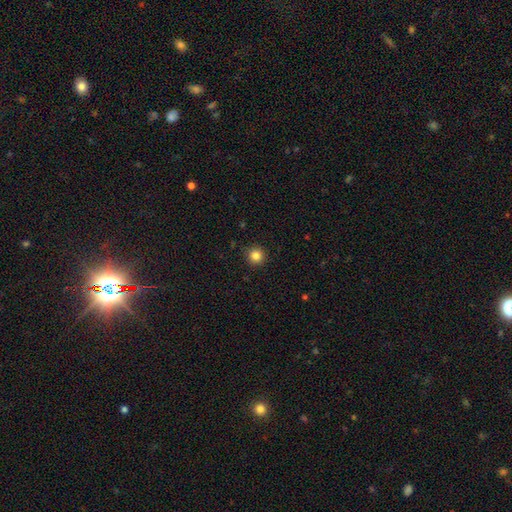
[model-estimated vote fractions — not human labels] A smooth galaxy with no disk features (84%) that is round (95%).

Vote fractions:
- Smooth or featured? smooth: 84% / star or artifact: 11% / featured or disk: 5%
- How rounded? round: 95% / in between: 4% / cigar-shaped: 1%
- Merging? none: 91% / minor disturbance: 6% / major disturbance: 2% / merger: 1%